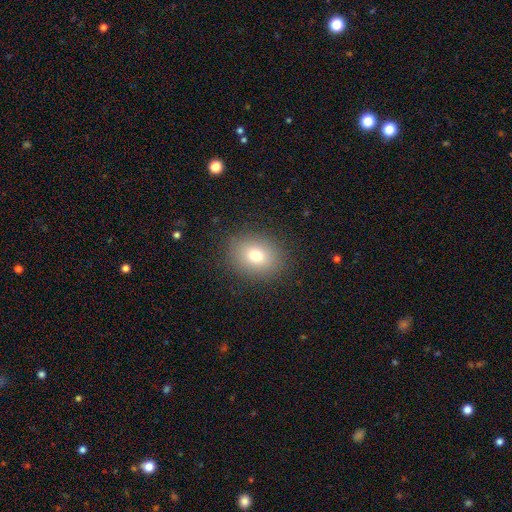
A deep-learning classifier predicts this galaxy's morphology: smooth 75%, star or artifact 13%, featured or disk 12%. Down the decision tree: how rounded — round (50%); merging — none (87%).